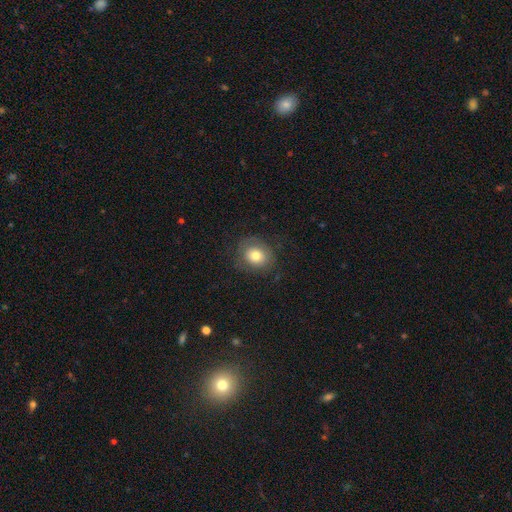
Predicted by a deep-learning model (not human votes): Q: Smooth or featured?
A: smooth (74%); runner-up: featured or disk (16%)
Q: How rounded?
A: round (67%); runner-up: in between (32%)
Q: Merging?
A: none (76%); runner-up: minor disturbance (15%)